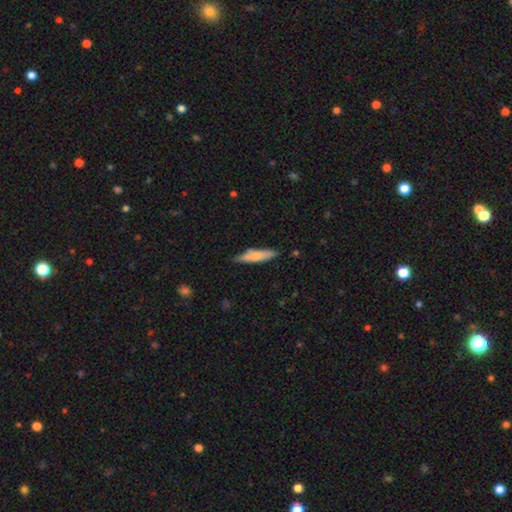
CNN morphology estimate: Smooth or featured? smooth (66%)
How rounded? cigar-shaped (77%)
Merging? none (73%)